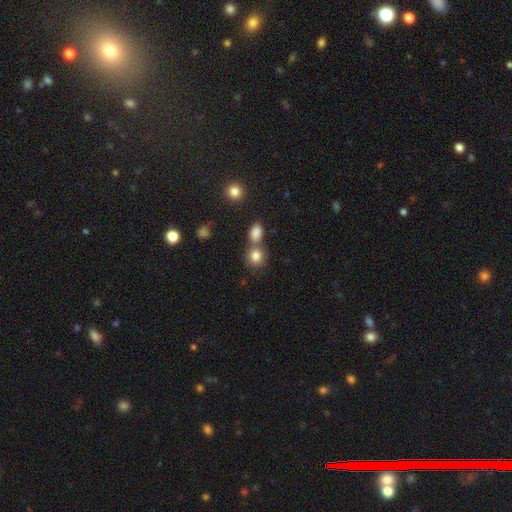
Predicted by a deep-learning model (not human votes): smooth 83%, star or artifact 10%, featured or disk 7%. Down the decision tree: how rounded — round (78%); merging — none (51%).